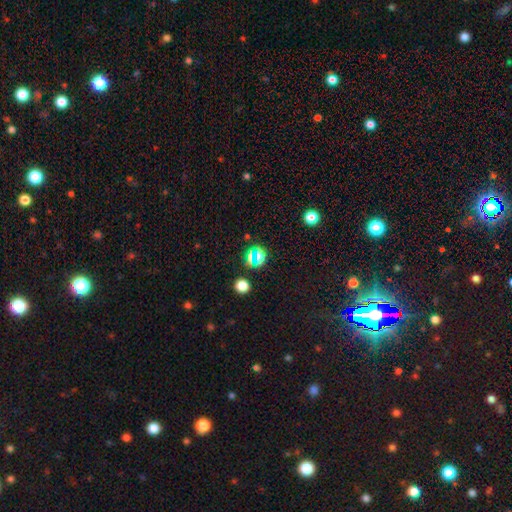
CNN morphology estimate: A star or artifact, not a galaxy (53%).

Vote fractions:
- Smooth or featured? star or artifact: 53% / smooth: 37% / featured or disk: 10%